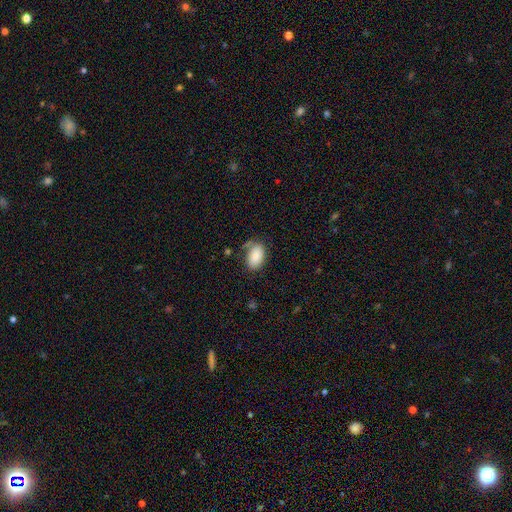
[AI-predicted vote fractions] A smooth galaxy with no disk features (86%) that is in between round and cigar-shaped (92%).

Vote fractions:
- Smooth or featured? smooth: 86% / star or artifact: 7% / featured or disk: 6%
- How rounded? in between: 92% / round: 6% / cigar-shaped: 1%
- Merging? none: 67% / minor disturbance: 20% / major disturbance: 7% / merger: 6%